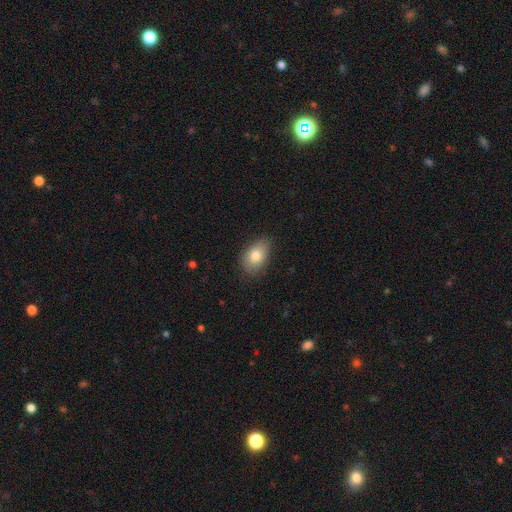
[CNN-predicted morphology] This appears to be a smooth galaxy with no disk features (79%) that is in between round and cigar-shaped (86%). Merging: none (77%).